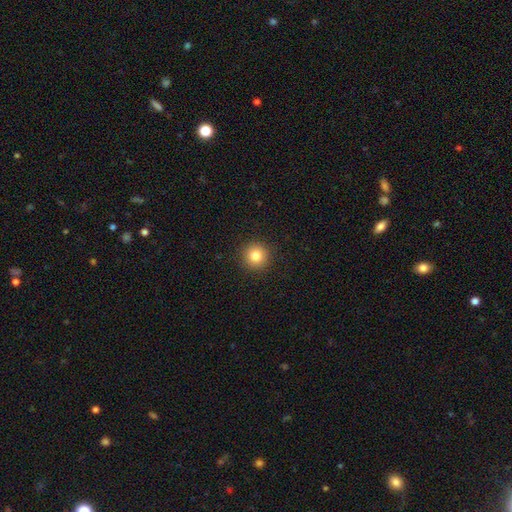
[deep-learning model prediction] The model was most divided on "smooth or featured": smooth: 82%, star or artifact: 11%, featured or disk: 7%. More confident: how rounded — round (95%); merging — none (92%).